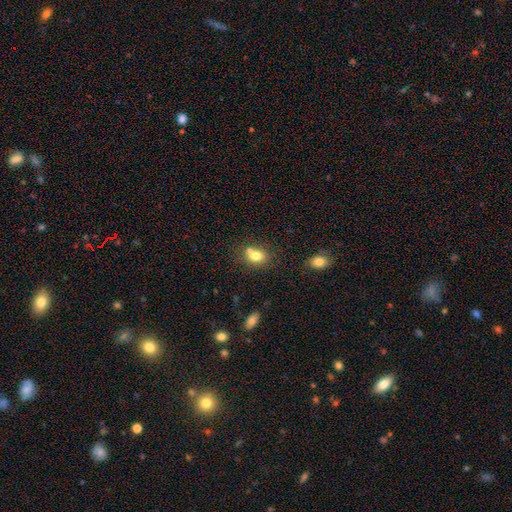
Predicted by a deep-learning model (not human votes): Overall: smooth (76%). How rounded: in between (52%; round 46%). Merging: none (46%; merger 38%).